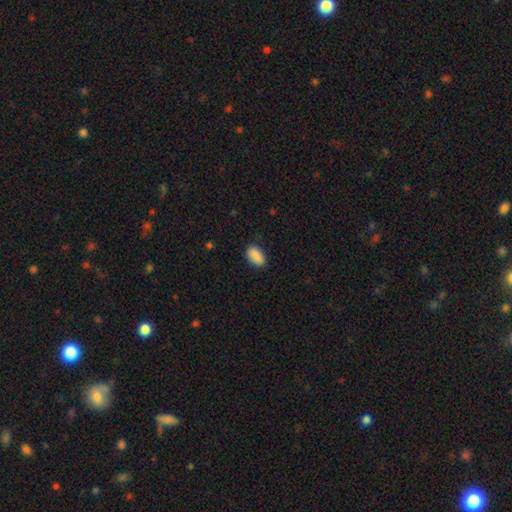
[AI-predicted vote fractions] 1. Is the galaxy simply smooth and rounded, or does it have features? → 90% smooth, 7% star or artifact, 3% featured or disk.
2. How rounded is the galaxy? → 92% in between, 5% round, 3% cigar-shaped.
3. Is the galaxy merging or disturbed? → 84% none, 12% minor disturbance, 3% major disturbance, 1% merger.